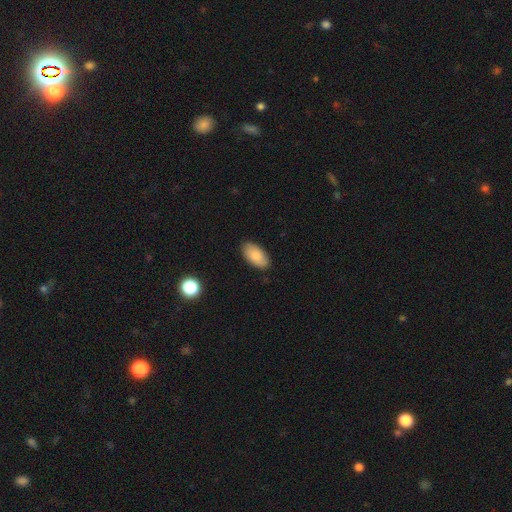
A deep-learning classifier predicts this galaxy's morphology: Smooth or featured?
  - smooth: 85% *
  - featured or disk: 8%
  - star or artifact: 7%
How rounded?
  - in between: 94% *
  - cigar-shaped: 3%
  - round: 3%
Merging?
  - none: 86% *
  - minor disturbance: 11%
  - major disturbance: 2%
  - merger: 1%